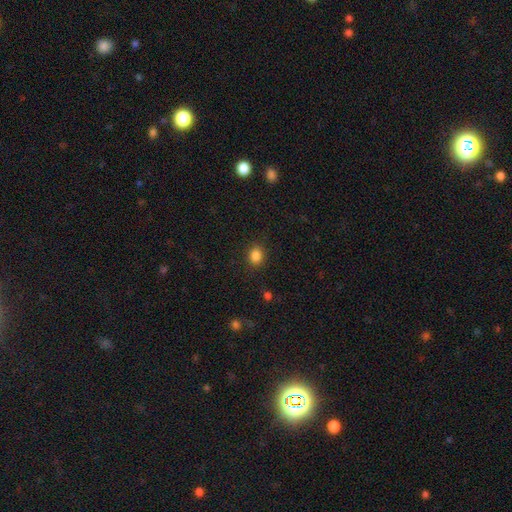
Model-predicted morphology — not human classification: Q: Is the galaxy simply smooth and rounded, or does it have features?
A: smooth — 85%.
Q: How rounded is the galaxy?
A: round — 57%.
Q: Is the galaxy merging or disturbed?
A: none — 89%.